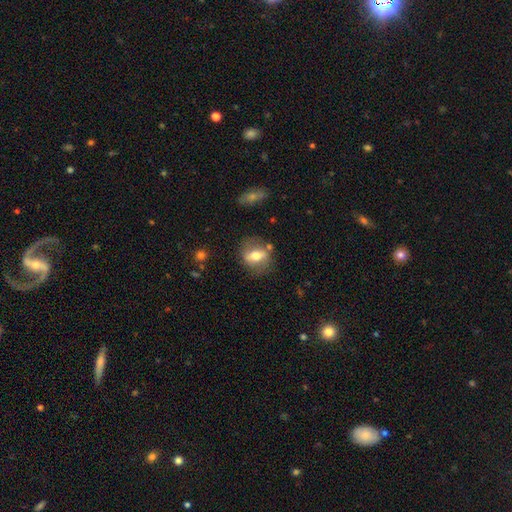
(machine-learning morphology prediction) Smooth or featured? smooth (56%)
How rounded? in between (58%)
Merging? none (72%)